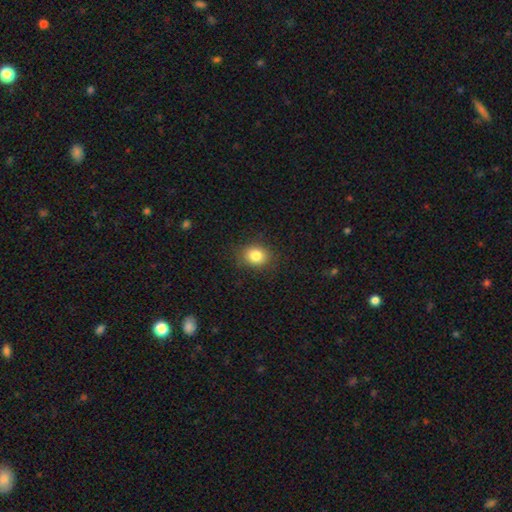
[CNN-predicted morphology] A smooth galaxy with no disk features (83%) that is round (56%).

Vote fractions:
- Smooth or featured? smooth: 83% / star or artifact: 10% / featured or disk: 7%
- How rounded? round: 56% / in between: 43% / cigar-shaped: 1%
- Merging? none: 85% / minor disturbance: 10% / major disturbance: 3% / merger: 1%